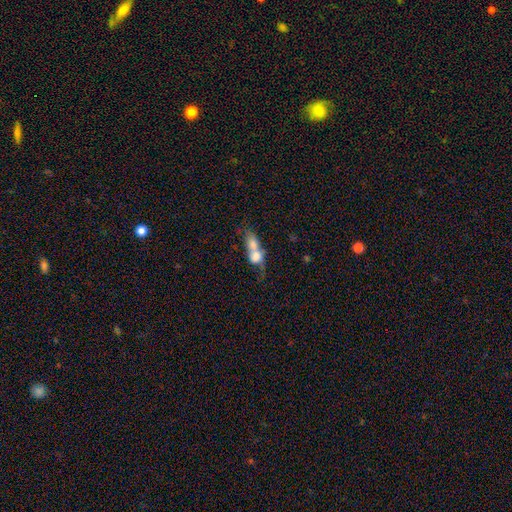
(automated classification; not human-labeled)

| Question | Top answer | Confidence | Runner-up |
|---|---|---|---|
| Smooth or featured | smooth | 65% | featured or disk (26%) |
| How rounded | in between | 54% | round (36%) |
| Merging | merger | 78% | none (10%) |